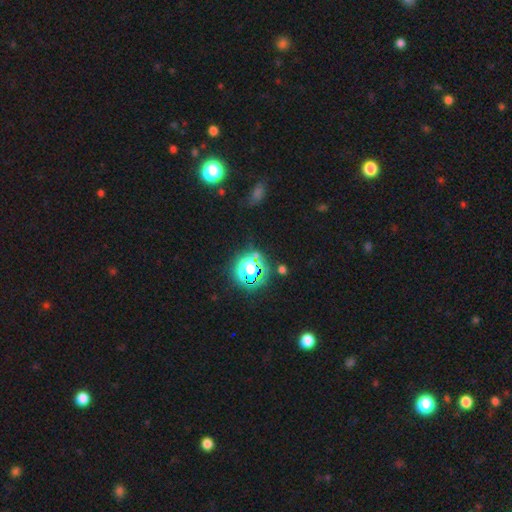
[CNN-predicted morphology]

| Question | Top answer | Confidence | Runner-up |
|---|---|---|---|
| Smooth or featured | star or artifact | 72% | smooth (21%) |